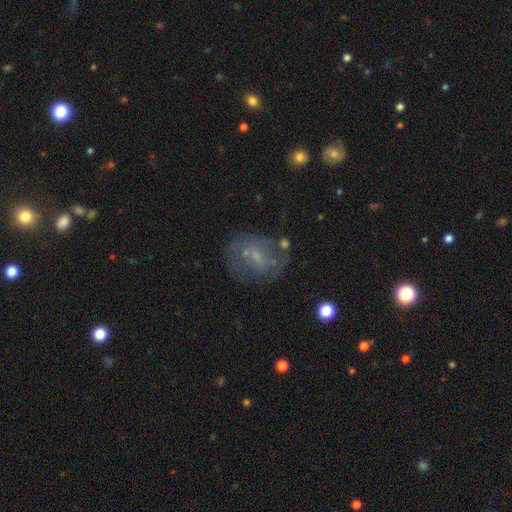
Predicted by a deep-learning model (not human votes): A featured or disk galaxy (59%) with a weak bar (47%), spiral arms (64%) and a small central bulge (64%). Merging: none (60%).